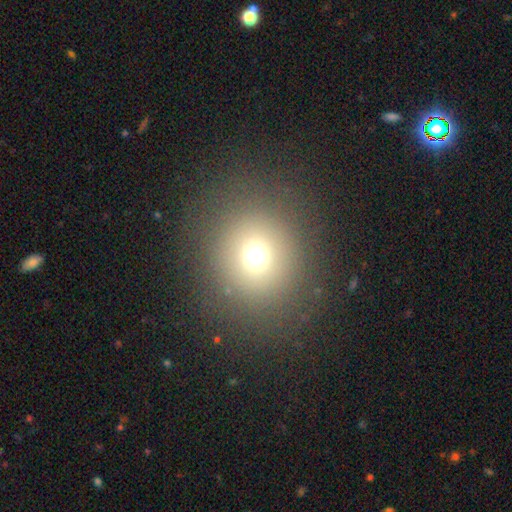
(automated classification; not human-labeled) A smooth galaxy with no disk features (69%) that is round (88%).

Vote fractions:
- Smooth or featured? smooth: 69% / star or artifact: 20% / featured or disk: 11%
- How rounded? round: 88% / in between: 11% / cigar-shaped: 1%
- Merging? none: 87% / minor disturbance: 7% / major disturbance: 5% / merger: 1%